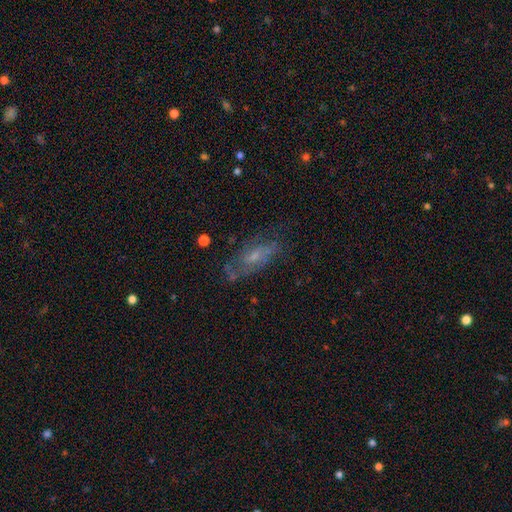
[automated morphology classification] This appears to be a featured or disk galaxy (58%). Merging: none (61%).